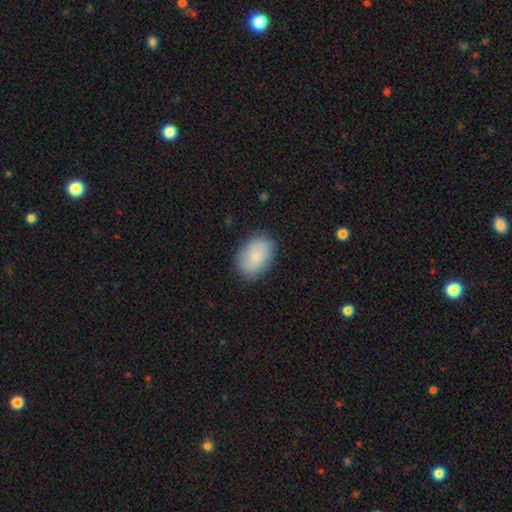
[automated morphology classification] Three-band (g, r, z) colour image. It shows a smooth galaxy with no disk features (82%) that is in between round and cigar-shaped (82%). Merging: none (84%).